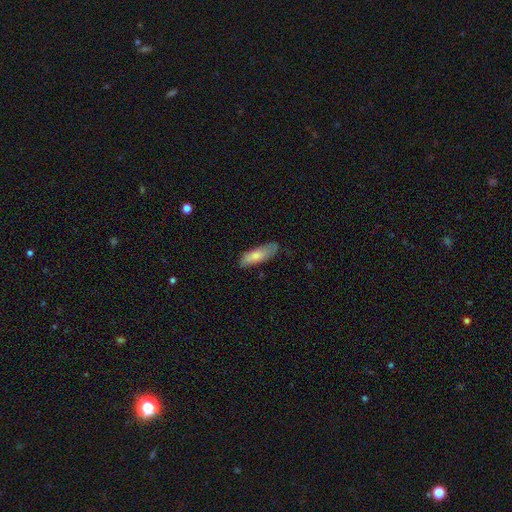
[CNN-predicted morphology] smooth_or_featured: smooth (p=0.76) [alt: featured or disk p=0.18]
how_rounded: in between (p=0.55) [alt: cigar-shaped p=0.44]
merging: none (p=0.67) [alt: minor disturbance p=0.25]